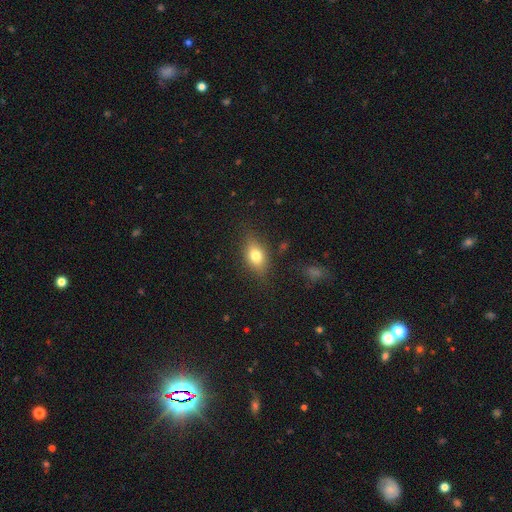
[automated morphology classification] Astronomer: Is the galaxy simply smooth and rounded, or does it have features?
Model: smooth — 75%.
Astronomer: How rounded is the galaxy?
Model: in between — 80%.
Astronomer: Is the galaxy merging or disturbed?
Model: none — 79%.